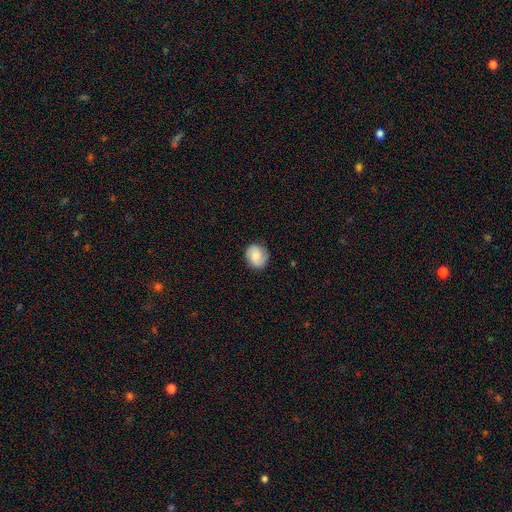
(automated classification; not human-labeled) Overall: smooth (69%). How rounded: round (75%). Merging: none (84%).